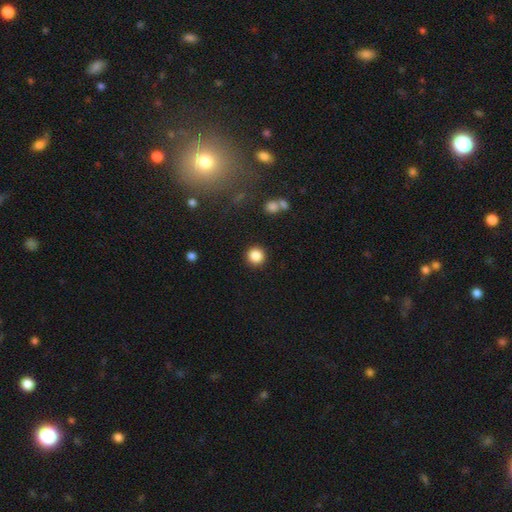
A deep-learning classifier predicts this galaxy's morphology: smooth-or-featured: smooth: 86% | star or artifact: 10% | featured or disk: 4%
  how-rounded: round: 94% | in between: 5% | cigar-shaped: 1%
  merging: none: 91% | minor disturbance: 5% | major disturbance: 2% | merger: 2%